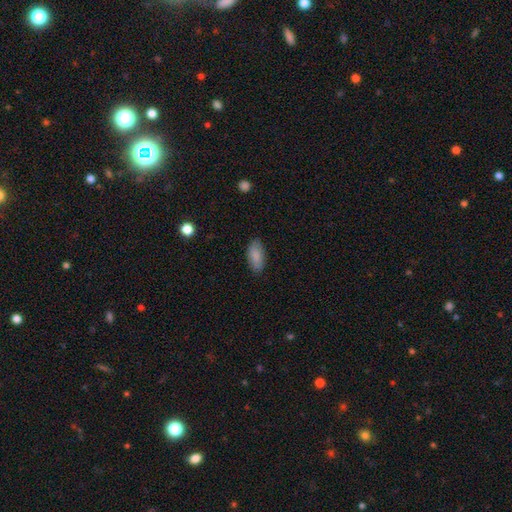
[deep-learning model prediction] Morphology: type=smooth (87%); roundness=in between (88%); merging=none (85%).